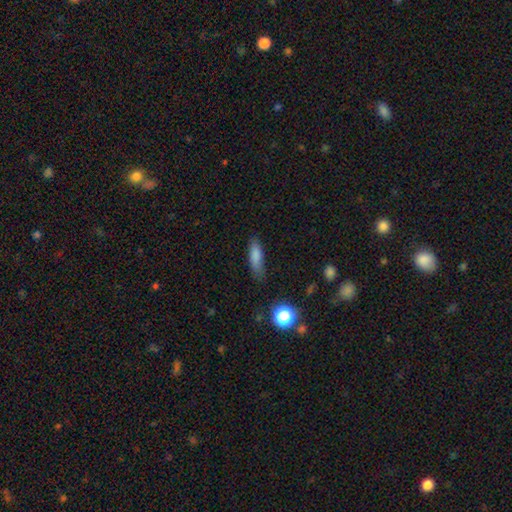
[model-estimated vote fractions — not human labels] Smooth or featured? Predicted: smooth (p=0.82). How rounded? Predicted: cigar-shaped (p=0.50). Merging? Predicted: none (p=0.72).